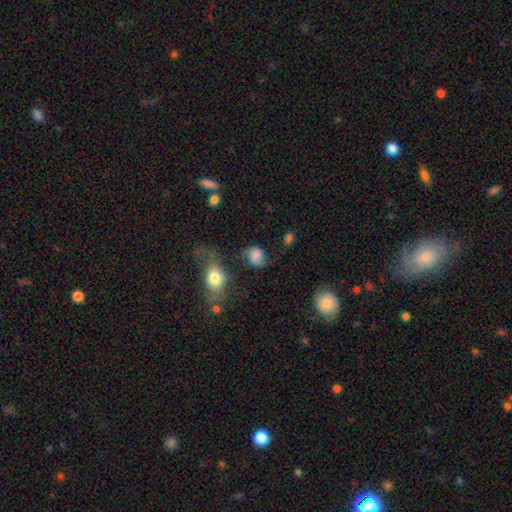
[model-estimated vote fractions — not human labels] A smooth galaxy with no disk features (59%) that is round (51%). Merging: none (59%).